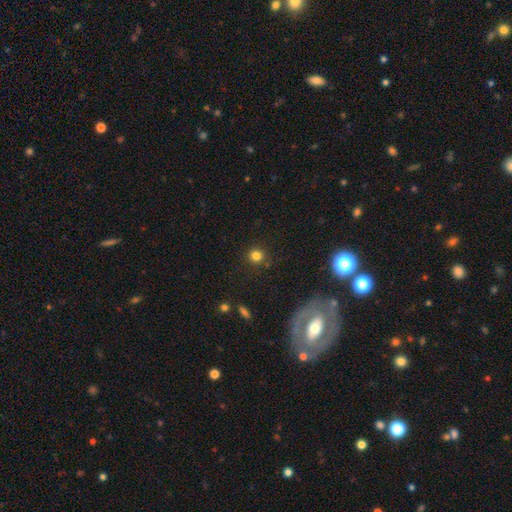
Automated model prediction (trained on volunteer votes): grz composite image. It shows a smooth galaxy with no disk features (81%) that is round (90%). Merging: none (87%).